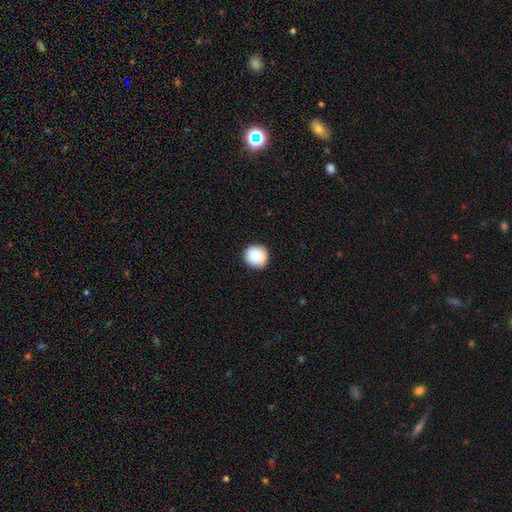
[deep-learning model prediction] Overall: smooth (86%). How rounded: round (93%). Merging: none (88%).